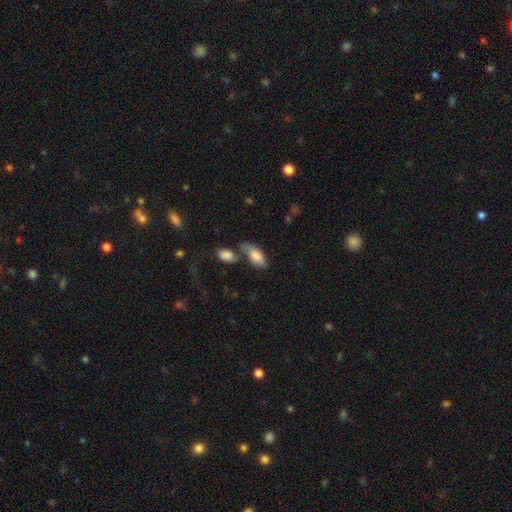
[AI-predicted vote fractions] A smooth galaxy with no disk features (80%) that is in between round and cigar-shaped (93%).

Vote fractions:
- Smooth or featured? smooth: 80% / featured or disk: 14% / star or artifact: 7%
- How rounded? in between: 93% / cigar-shaped: 4% / round: 3%
- Merging? none: 36% / merger: 35% / minor disturbance: 19% / major disturbance: 10%